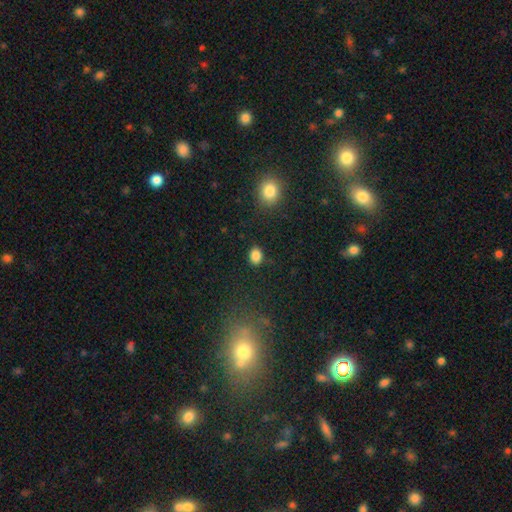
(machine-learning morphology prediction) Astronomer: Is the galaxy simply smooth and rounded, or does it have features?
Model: smooth — 86%.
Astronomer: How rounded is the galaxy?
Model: in between — 61% (runner-up: round, 38%).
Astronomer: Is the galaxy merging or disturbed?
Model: none — 86%.